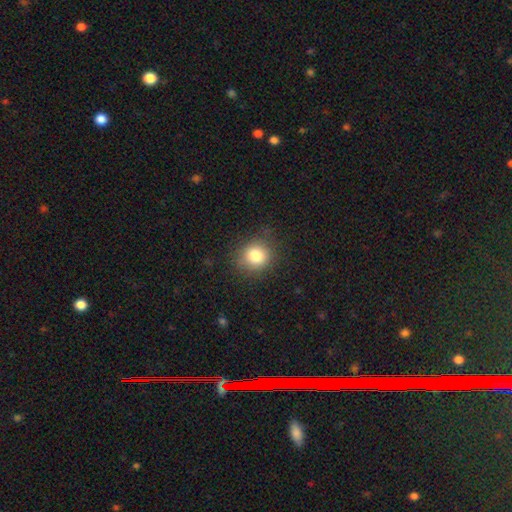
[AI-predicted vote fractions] Overall: smooth (82%). How rounded: round (83%). Merging: none (84%).